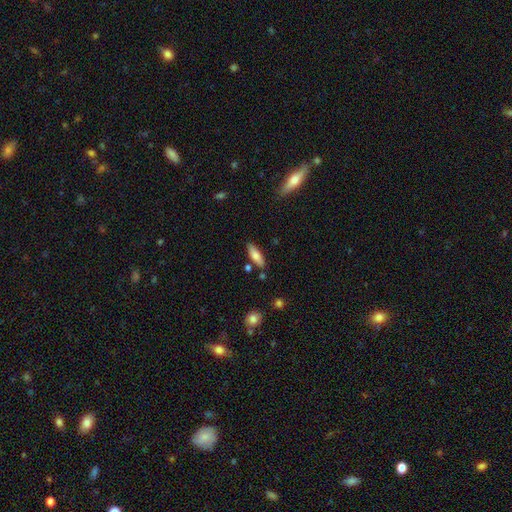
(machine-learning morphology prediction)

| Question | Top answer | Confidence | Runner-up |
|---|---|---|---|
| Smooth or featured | smooth | 75% | featured or disk (19%) |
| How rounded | in between | 54% | cigar-shaped (44%) |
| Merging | none | 81% | minor disturbance (12%) |